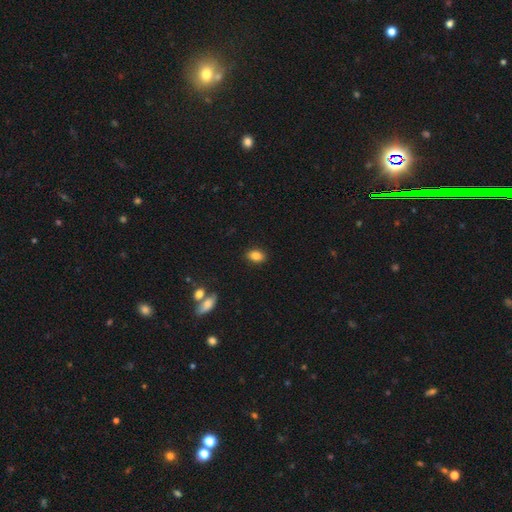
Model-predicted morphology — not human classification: A smooth galaxy with no disk features (86%) that is in between round and cigar-shaped (85%).

Vote fractions:
- Smooth or featured? smooth: 86% / star or artifact: 9% / featured or disk: 5%
- How rounded? in between: 85% / round: 13% / cigar-shaped: 2%
- Merging? none: 87% / minor disturbance: 9% / major disturbance: 2% / merger: 2%